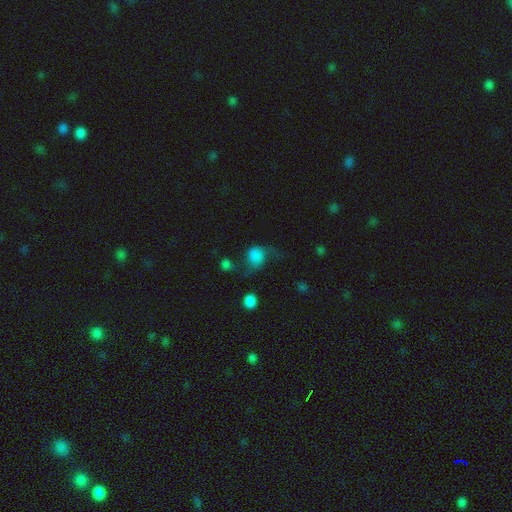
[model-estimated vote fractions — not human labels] This is likely a smooth galaxy (66%). How rounded: likely round (68%). Merging: marginally none (36%).